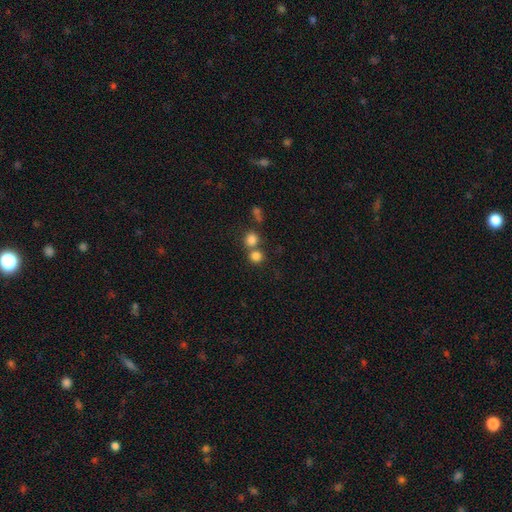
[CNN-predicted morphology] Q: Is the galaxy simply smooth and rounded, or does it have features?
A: smooth — 80%.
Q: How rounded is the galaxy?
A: round — 87%.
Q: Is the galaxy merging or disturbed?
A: none — 54%.